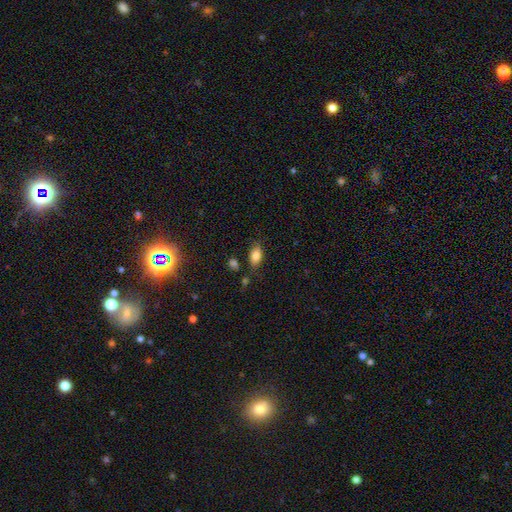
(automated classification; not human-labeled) This is clearly a smooth galaxy (82%). How rounded: clearly in between (90%). Merging: likely none (77%).